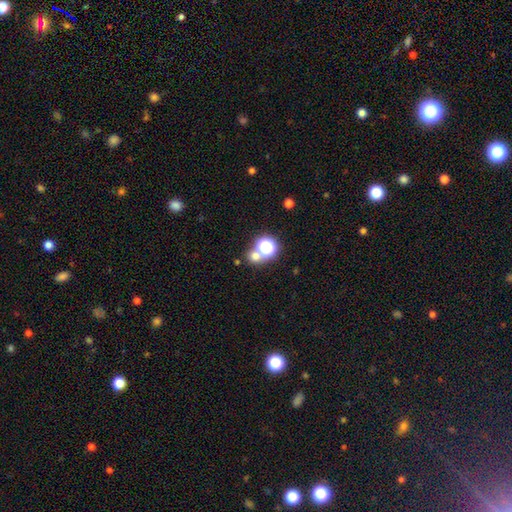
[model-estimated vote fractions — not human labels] Smooth or featured: smooth — 60% (star or artifact — 32%)
How rounded: round — 85% (in between — 14%)
Merging: none — 60% (merger — 29%)